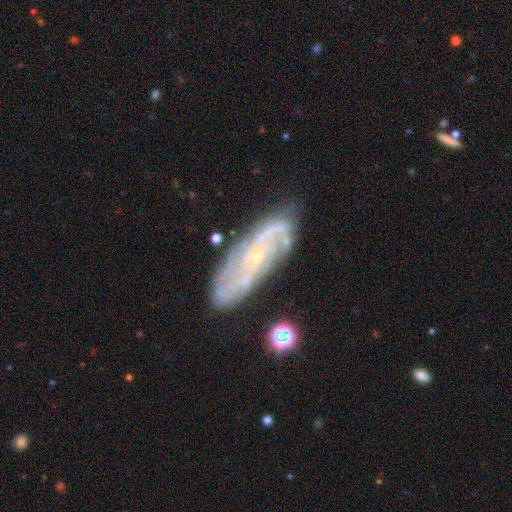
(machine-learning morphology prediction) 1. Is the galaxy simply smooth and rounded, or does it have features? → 82% featured or disk, 11% smooth, 7% star or artifact.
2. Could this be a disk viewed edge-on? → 86% no, 14% yes.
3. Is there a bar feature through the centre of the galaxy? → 66% no, 26% weak, 8% strong.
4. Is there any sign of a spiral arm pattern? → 91% yes, 9% no.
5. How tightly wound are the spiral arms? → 46% tight, 39% medium, 15% loose.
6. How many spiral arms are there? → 40% 2, 33% can't tell, 12% 3, 7% 4, 4% more than 4, 4% 1.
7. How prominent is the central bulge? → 82% small, 14% moderate, 2% none, 1% large, 1% dominant.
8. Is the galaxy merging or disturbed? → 76% none, 16% minor disturbance, 5% major disturbance, 3% merger.